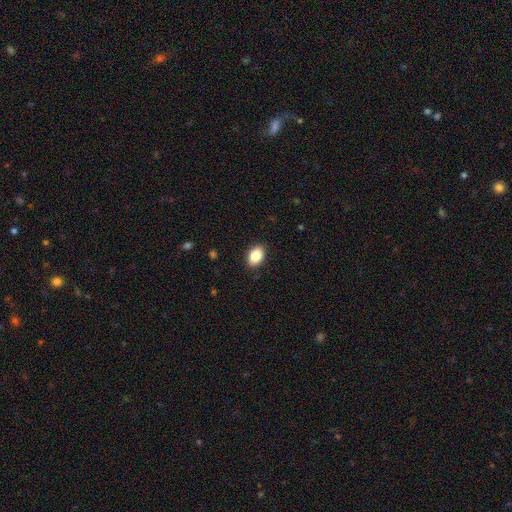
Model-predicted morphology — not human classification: A smooth galaxy with no disk features (86%) that is in between round and cigar-shaped (86%).

Vote fractions:
- Smooth or featured? smooth: 86% / star or artifact: 7% / featured or disk: 6%
- How rounded? in between: 86% / round: 13% / cigar-shaped: 1%
- Merging? none: 89% / minor disturbance: 8% / major disturbance: 2% / merger: 1%